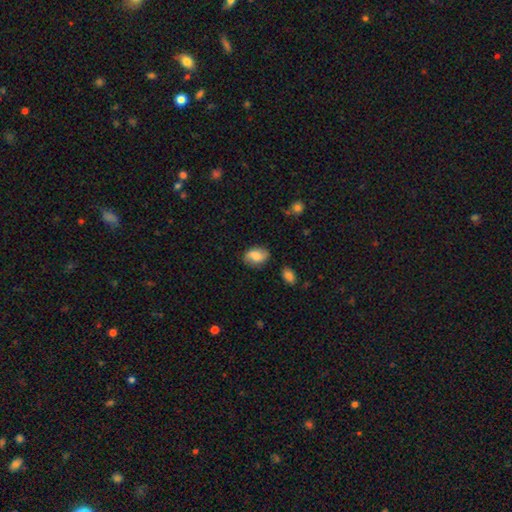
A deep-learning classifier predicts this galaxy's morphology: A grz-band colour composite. It shows a smooth galaxy with no disk features (66%) that is in between round and cigar-shaped (81%). Merging: none (76%).